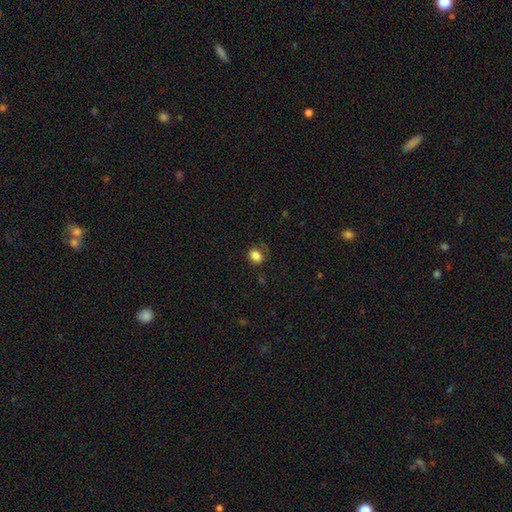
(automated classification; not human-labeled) Smooth or featured?
  - smooth: 84% *
  - star or artifact: 10%
  - featured or disk: 6%
How rounded?
  - in between: 62% *
  - round: 37%
  - cigar-shaped: 1%
Merging?
  - none: 67% *
  - minor disturbance: 23%
  - major disturbance: 9%
  - merger: 2%